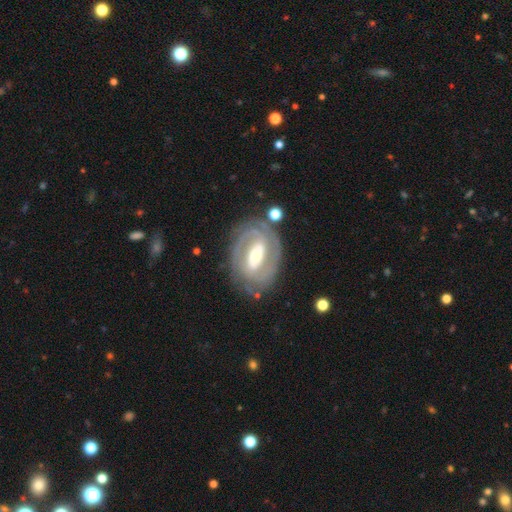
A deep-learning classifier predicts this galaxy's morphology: The model was most divided on "bar": strong: 49%, weak: 34%, no: 17%. More confident: edge-on disk — no (95%); spiral arms — yes (86%); smooth or featured — featured or disk (84%); merging — none (74%); spiral winding — tight (66%); bulge size — moderate (57%); spiral arm count — 2 (56%).